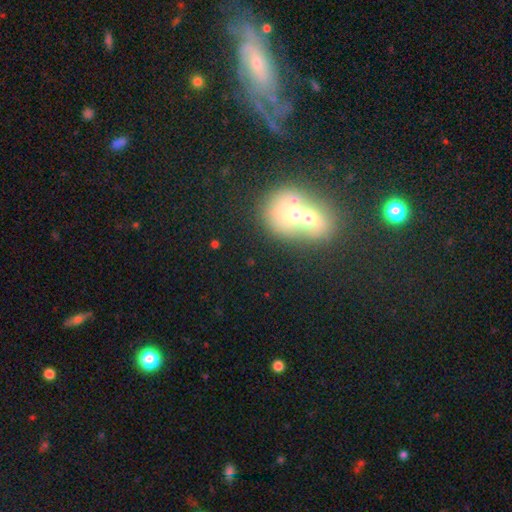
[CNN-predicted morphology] A smooth galaxy with no disk features (42%).

Vote fractions:
- Smooth or featured? smooth: 42% / featured or disk: 35% / star or artifact: 23%
- Merging? merger: 55% / none: 25% / minor disturbance: 10% / major disturbance: 10%